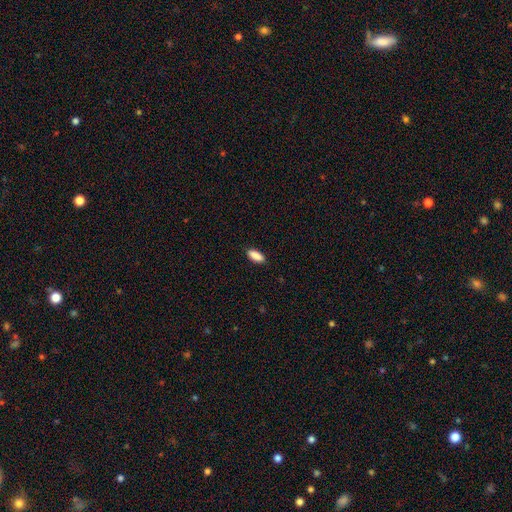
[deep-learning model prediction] This is clearly a smooth galaxy (89%). How rounded: likely in between (75%). Merging: clearly none (89%).